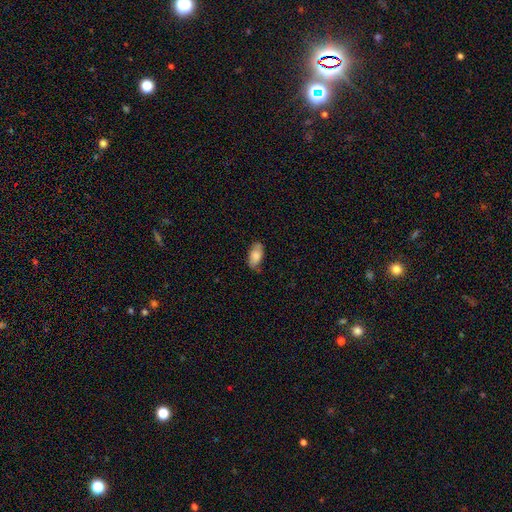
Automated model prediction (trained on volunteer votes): Q: Smooth or featured?
A: smooth (74%); runner-up: featured or disk (19%)
Q: How rounded?
A: in between (92%); runner-up: cigar-shaped (5%)
Q: Merging?
A: none (69%); runner-up: minor disturbance (24%)